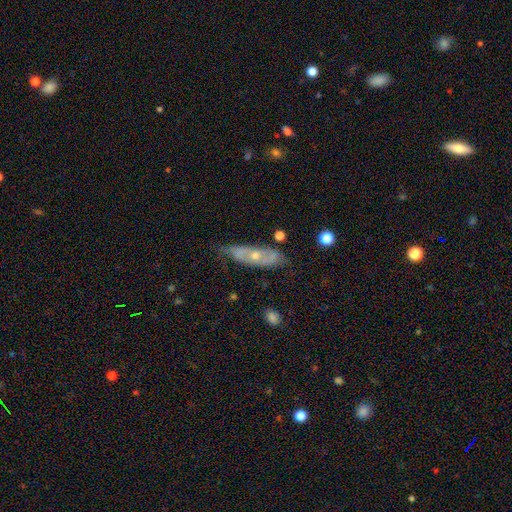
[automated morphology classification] A featured or disk galaxy (63%). Merging: none (62%).